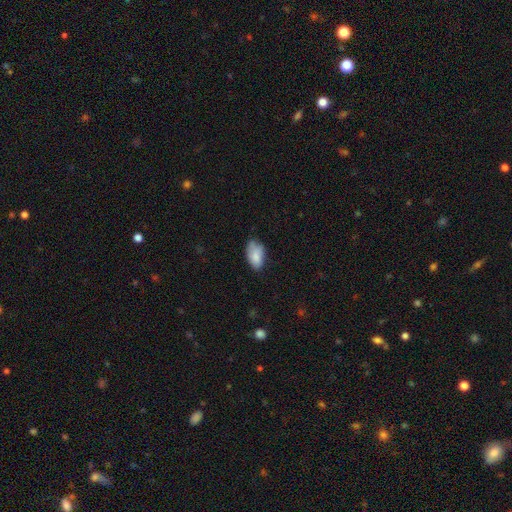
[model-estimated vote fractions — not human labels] A smooth galaxy with no disk features (81%) that is in between round and cigar-shaped (93%). Merging: none (55%).